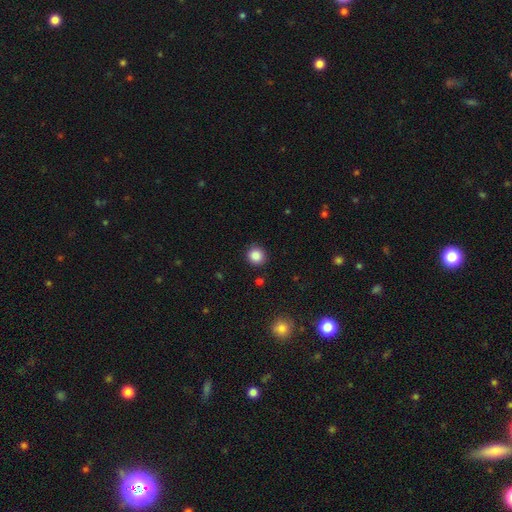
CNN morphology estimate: A smooth galaxy with no disk features (86%) that is round (87%). Merging: none (88%).